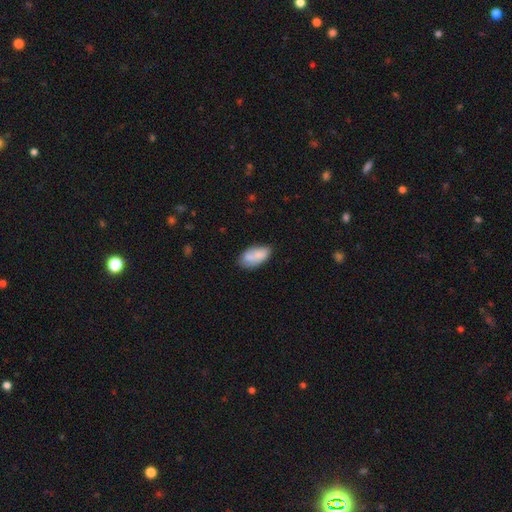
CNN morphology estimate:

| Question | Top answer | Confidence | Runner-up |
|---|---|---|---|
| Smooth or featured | smooth | 76% | featured or disk (17%) |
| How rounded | in between | 92% | cigar-shaped (4%) |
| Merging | none | 59% | minor disturbance (27%) |